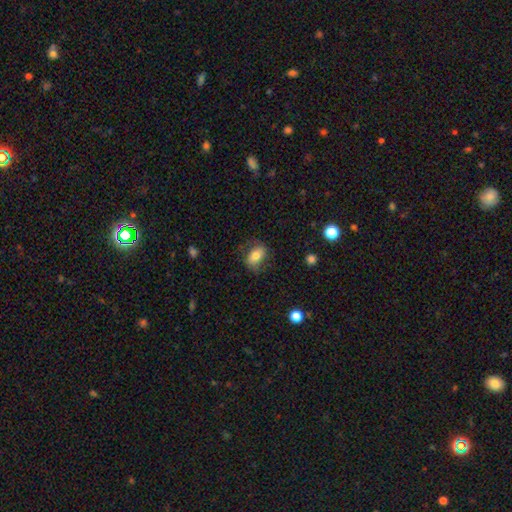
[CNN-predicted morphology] This is likely a smooth galaxy (71%). How rounded: clearly in between (85%). Merging: likely none (70%).